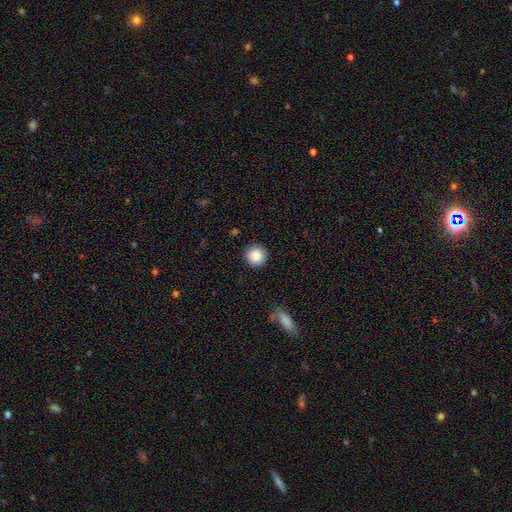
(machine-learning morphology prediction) Smooth or featured?
  - smooth: 87% *
  - star or artifact: 8%
  - featured or disk: 4%
How rounded?
  - round: 95% *
  - in between: 4%
  - cigar-shaped: 1%
Merging?
  - none: 91% *
  - minor disturbance: 6%
  - major disturbance: 2%
  - merger: 1%